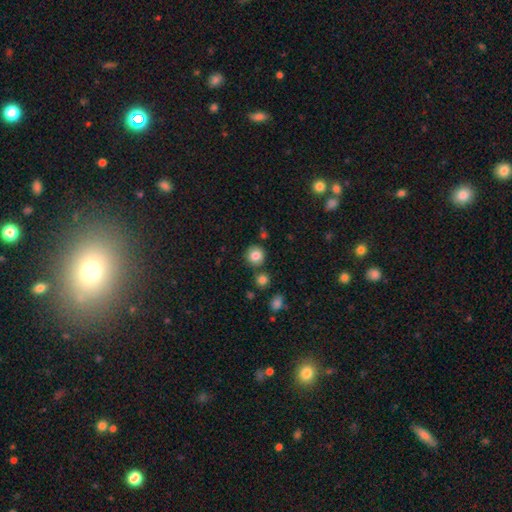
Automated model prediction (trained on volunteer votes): The model was most divided on "smooth or featured": smooth: 83%, star or artifact: 10%, featured or disk: 7%. More confident: how rounded — round (92%); merging — none (81%).